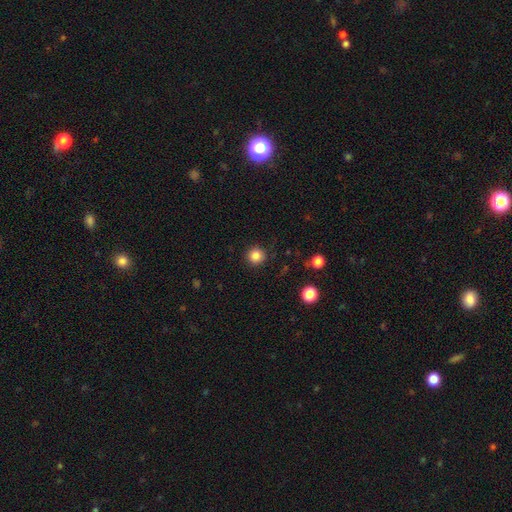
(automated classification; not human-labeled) A smooth galaxy with no disk features (84%) that is round (94%).

Vote fractions:
- Smooth or featured? smooth: 84% / star or artifact: 12% / featured or disk: 4%
- How rounded? round: 94% / in between: 5% / cigar-shaped: 1%
- Merging? none: 91% / minor disturbance: 6% / major disturbance: 2% / merger: 1%